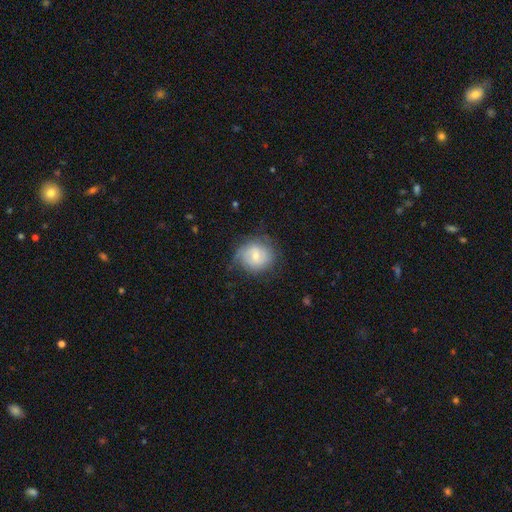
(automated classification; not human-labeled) Overall: smooth (52%; featured or disk 40%). How rounded: round (77%). Merging: none (65%).